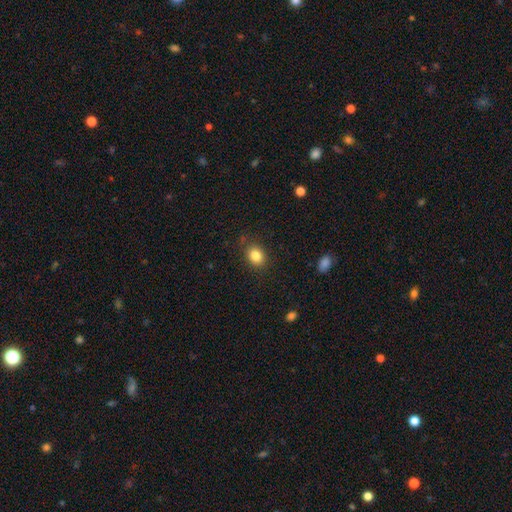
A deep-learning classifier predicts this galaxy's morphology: Q: Smooth or featured?
A: smooth (84%); runner-up: star or artifact (10%)
Q: How rounded?
A: round (50%); runner-up: in between (49%)
Q: Merging?
A: none (85%); runner-up: minor disturbance (11%)